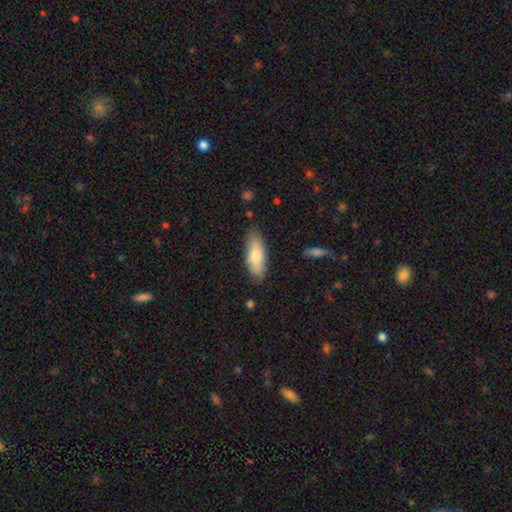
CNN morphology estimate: Smooth or featured? Predicted: smooth (p=0.74). How rounded? Predicted: in between (p=0.74). Merging? Predicted: none (p=0.81).